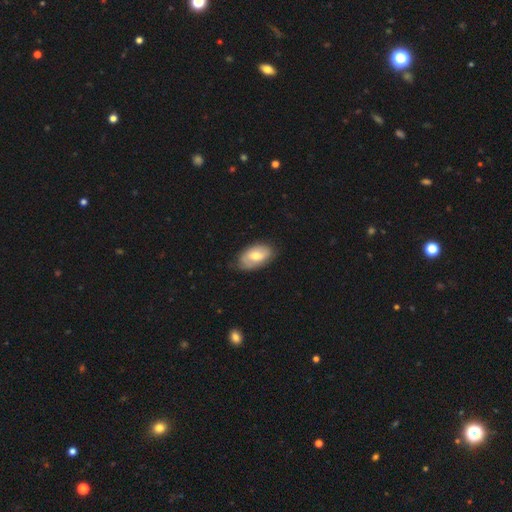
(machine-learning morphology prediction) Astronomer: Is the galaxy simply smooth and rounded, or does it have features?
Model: smooth — 58% (runner-up: featured or disk, 36%).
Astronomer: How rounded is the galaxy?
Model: in between — 92%.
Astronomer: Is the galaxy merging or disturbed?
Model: none — 77%.